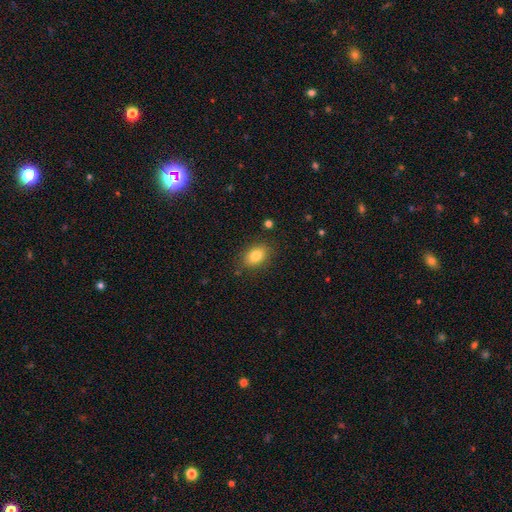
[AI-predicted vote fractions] Overall: smooth (83%). How rounded: in between (81%). Merging: none (85%).